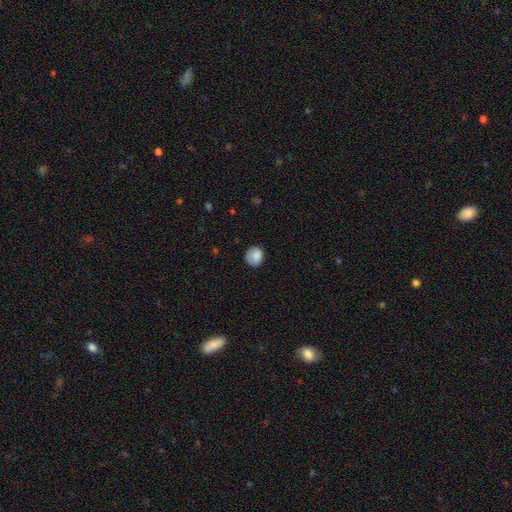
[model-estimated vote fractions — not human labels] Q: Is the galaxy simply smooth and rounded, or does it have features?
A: smooth — 84%.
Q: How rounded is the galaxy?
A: round — 71%.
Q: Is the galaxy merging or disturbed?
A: none — 72%.